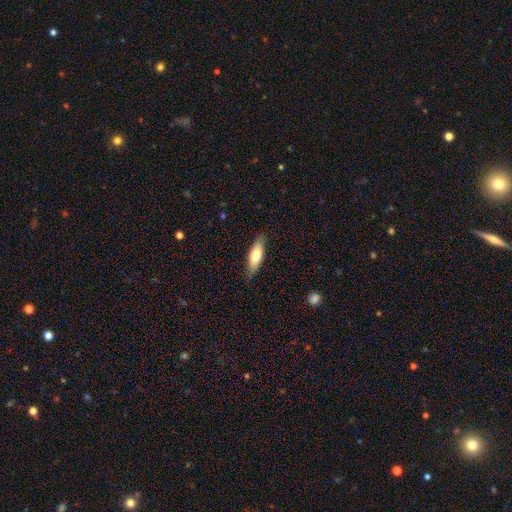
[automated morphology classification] A smooth galaxy with no disk features (66%) that is in between round and cigar-shaped (56%).

Vote fractions:
- Smooth or featured? smooth: 66% / featured or disk: 29% / star or artifact: 6%
- How rounded? in between: 56% / cigar-shaped: 42% / round: 2%
- Merging? none: 83% / minor disturbance: 14% / major disturbance: 2% / merger: 1%